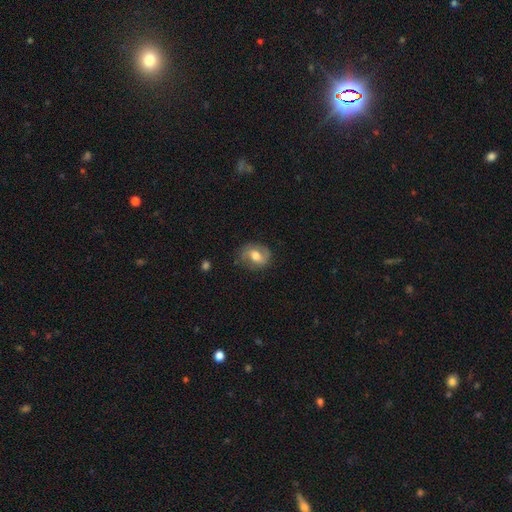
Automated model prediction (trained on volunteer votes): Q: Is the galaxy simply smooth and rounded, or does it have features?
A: featured or disk — 49%.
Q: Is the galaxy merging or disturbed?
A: none — 71%.